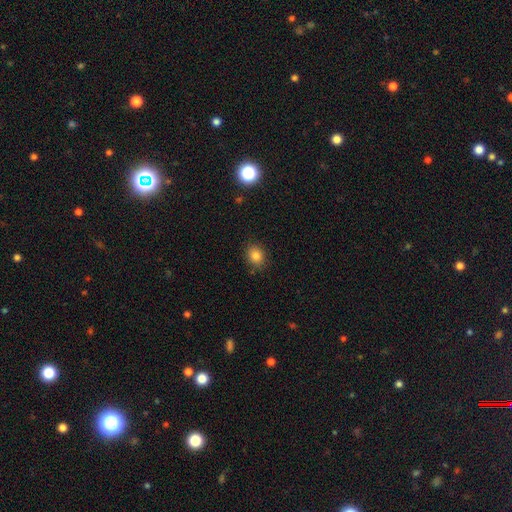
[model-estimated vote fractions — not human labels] A smooth galaxy with no disk features (82%) that is round (54%).

Vote fractions:
- Smooth or featured? smooth: 82% / star or artifact: 11% / featured or disk: 6%
- How rounded? round: 54% / in between: 45% / cigar-shaped: 1%
- Merging? none: 86% / minor disturbance: 10% / major disturbance: 2% / merger: 1%